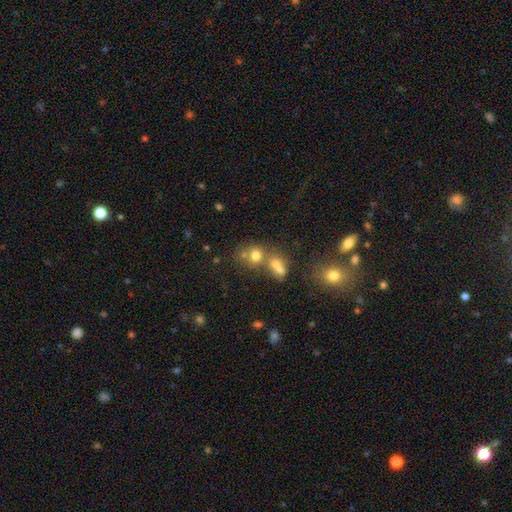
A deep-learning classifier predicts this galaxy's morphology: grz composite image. It shows a smooth galaxy with no disk features (69%) that is round (78%). Merging: none (45%).